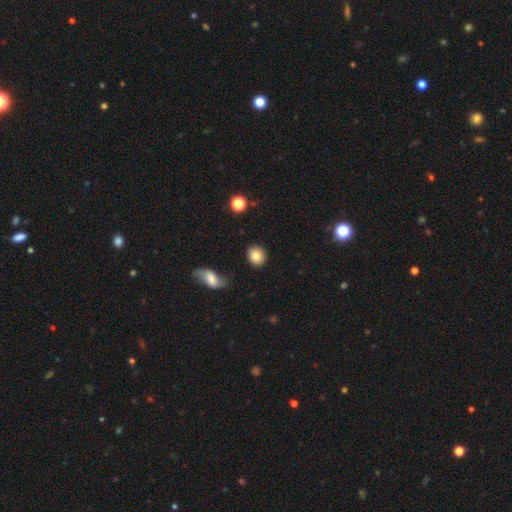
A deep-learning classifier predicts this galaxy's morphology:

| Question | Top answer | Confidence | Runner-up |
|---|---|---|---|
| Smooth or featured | smooth | 83% | featured or disk (9%) |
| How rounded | round | 68% | in between (31%) |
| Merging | none | 86% | minor disturbance (10%) |